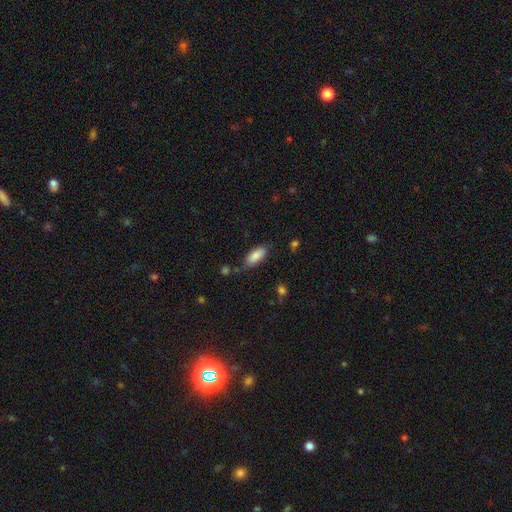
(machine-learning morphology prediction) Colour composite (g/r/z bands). It shows a smooth galaxy with no disk features (86%) that is in between round and cigar-shaped (83%). Merging: none (76%).